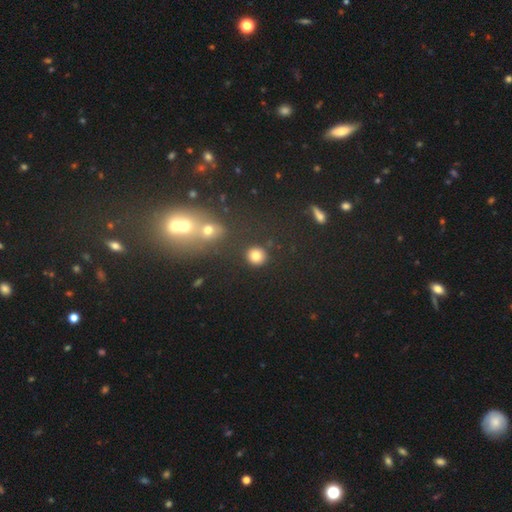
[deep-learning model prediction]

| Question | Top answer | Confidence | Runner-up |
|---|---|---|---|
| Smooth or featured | smooth | 80% | star or artifact (13%) |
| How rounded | round | 90% | in between (9%) |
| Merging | none | 87% | minor disturbance (7%) |